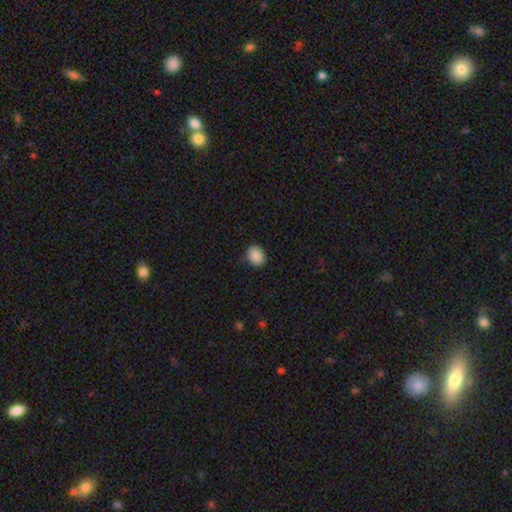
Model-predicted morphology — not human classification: smooth 89%, star or artifact 8%, featured or disk 3%. Down the decision tree: how rounded — round (50%); merging — none (86%).